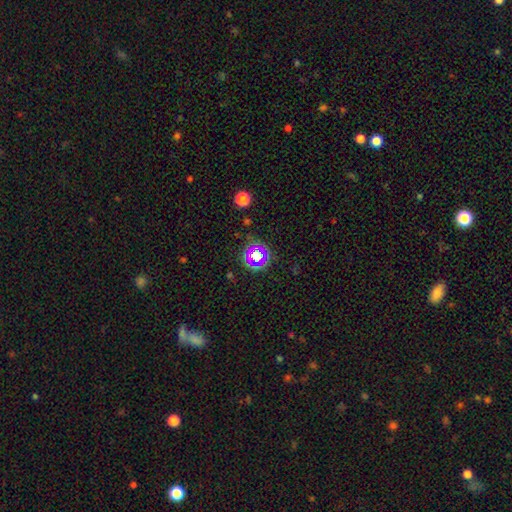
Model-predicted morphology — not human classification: A star or artifact, not a galaxy (58%).